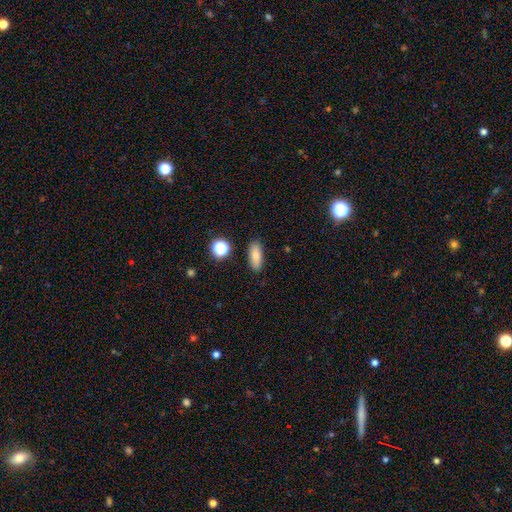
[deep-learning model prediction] Smooth or featured?
  - smooth: 82% *
  - star or artifact: 10%
  - featured or disk: 9%
How rounded?
  - in between: 74% *
  - cigar-shaped: 21%
  - round: 5%
Merging?
  - none: 86% *
  - minor disturbance: 9%
  - major disturbance: 2%
  - merger: 2%